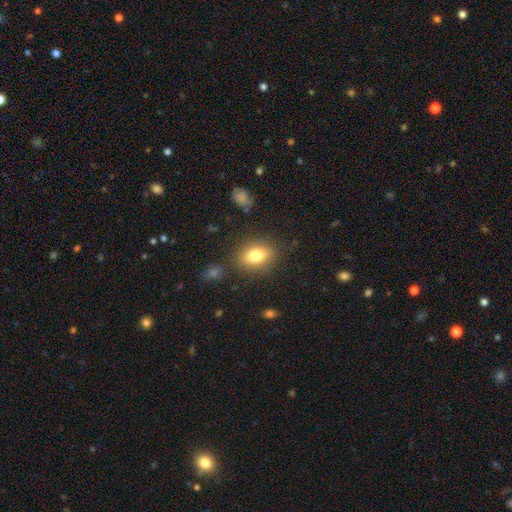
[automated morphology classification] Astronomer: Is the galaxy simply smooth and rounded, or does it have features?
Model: smooth — 79%.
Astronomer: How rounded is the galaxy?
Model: in between — 72%.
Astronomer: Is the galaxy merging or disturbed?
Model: none — 83%.